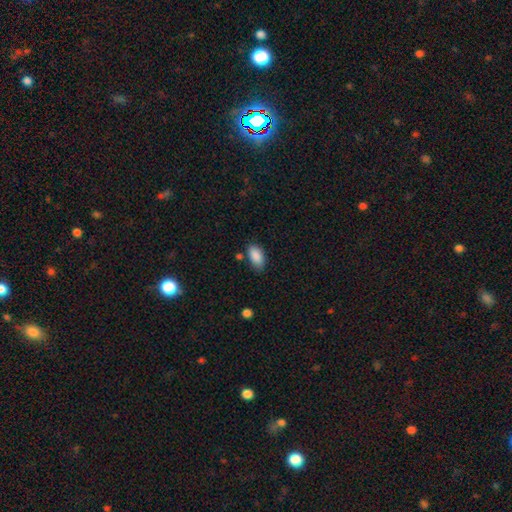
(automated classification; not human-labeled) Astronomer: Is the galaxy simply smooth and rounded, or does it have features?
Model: smooth — 88%.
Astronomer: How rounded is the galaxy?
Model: in between — 93%.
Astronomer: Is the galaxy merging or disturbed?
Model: none — 74%.